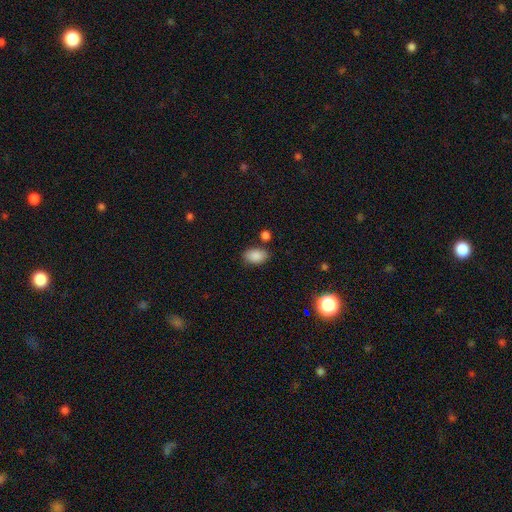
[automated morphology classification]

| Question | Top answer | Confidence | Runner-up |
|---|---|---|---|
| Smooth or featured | smooth | 87% | star or artifact (8%) |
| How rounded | in between | 88% | round (11%) |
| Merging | none | 77% | minor disturbance (14%) |